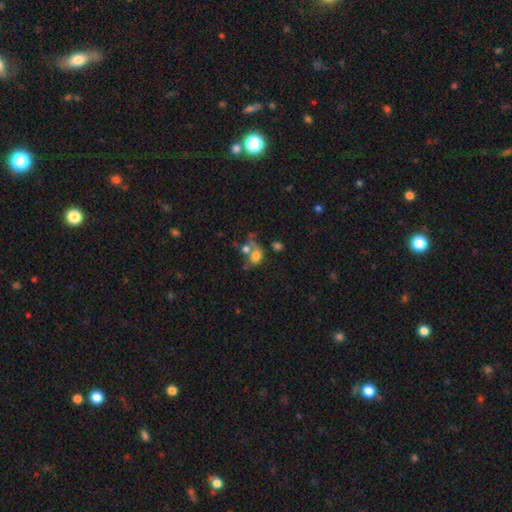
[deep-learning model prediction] Smooth or featured? smooth (65%)
How rounded? in between (55%)
Merging? merger (49%)